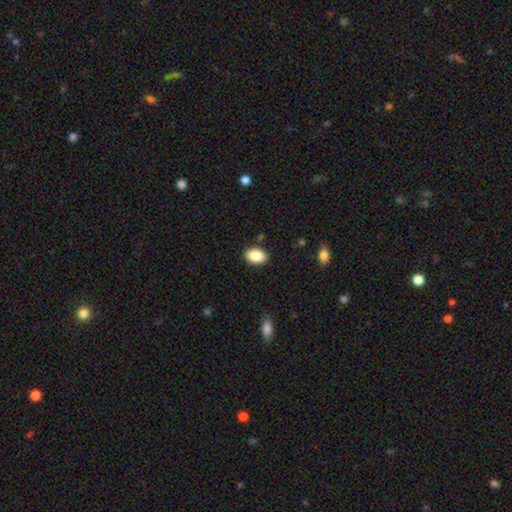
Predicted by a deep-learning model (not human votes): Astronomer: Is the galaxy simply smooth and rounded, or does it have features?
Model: smooth — 87%.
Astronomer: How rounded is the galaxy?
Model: in between — 90%.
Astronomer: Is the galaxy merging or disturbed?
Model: none — 88%.